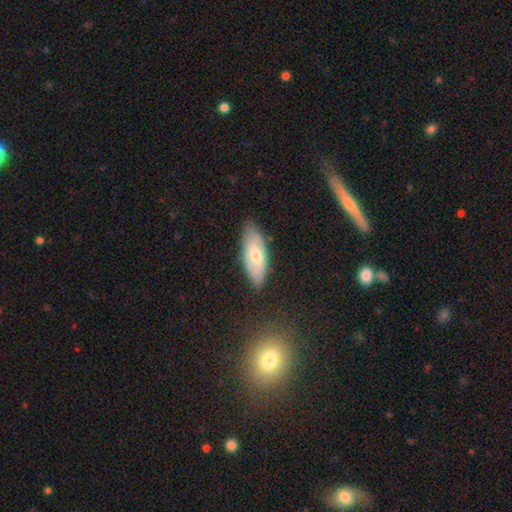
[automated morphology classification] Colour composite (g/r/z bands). It shows a featured or disk galaxy (53%). Merging: none (80%).